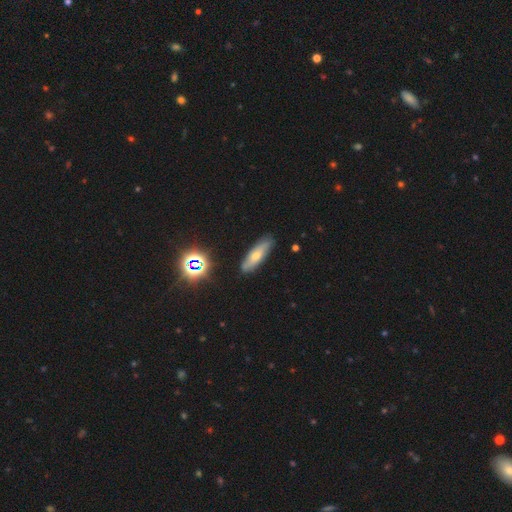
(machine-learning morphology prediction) The model was most divided on "how rounded": cigar-shaped: 55%, in between: 42%, round: 4%. More confident: merging — none (84%); smooth or featured — smooth (52%).